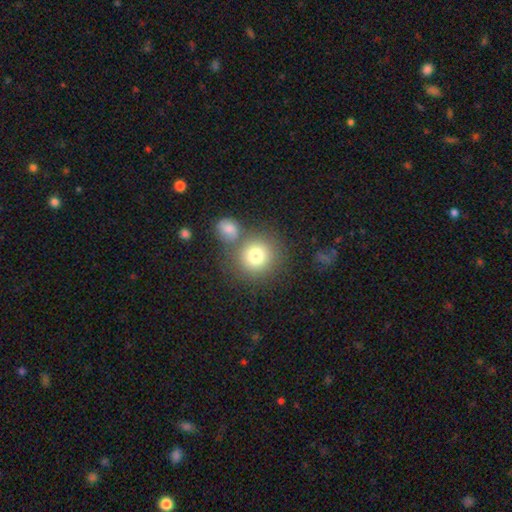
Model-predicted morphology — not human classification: smooth-or-featured: smooth: 78% | featured or disk: 12% | star or artifact: 10%
  how-rounded: round: 91% | in between: 8% | cigar-shaped: 1%
  merging: none: 67% | merger: 19% | minor disturbance: 10% | major disturbance: 4%